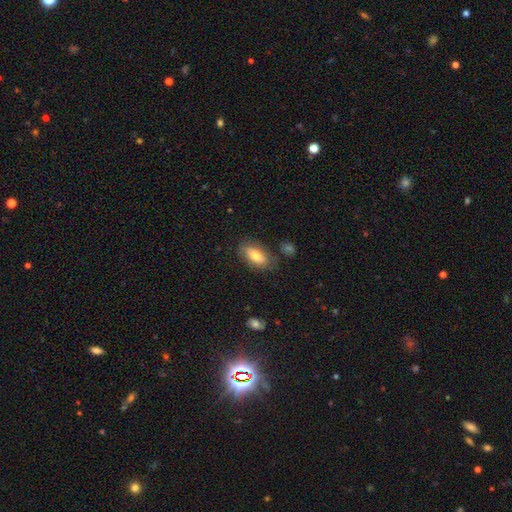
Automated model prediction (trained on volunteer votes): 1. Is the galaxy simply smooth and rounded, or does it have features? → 74% smooth, 19% featured or disk, 7% star or artifact.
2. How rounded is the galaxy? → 85% in between, 12% cigar-shaped, 3% round.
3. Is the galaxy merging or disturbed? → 77% none, 16% minor disturbance, 4% major disturbance, 3% merger.